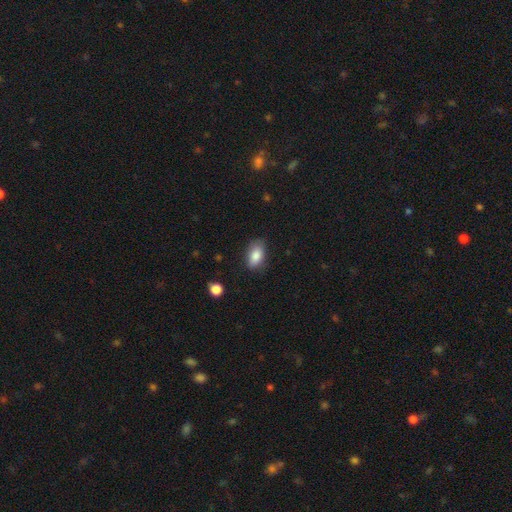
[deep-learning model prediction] Morphology: type=smooth (85%); roundness=in between (91%); merging=none (79%).